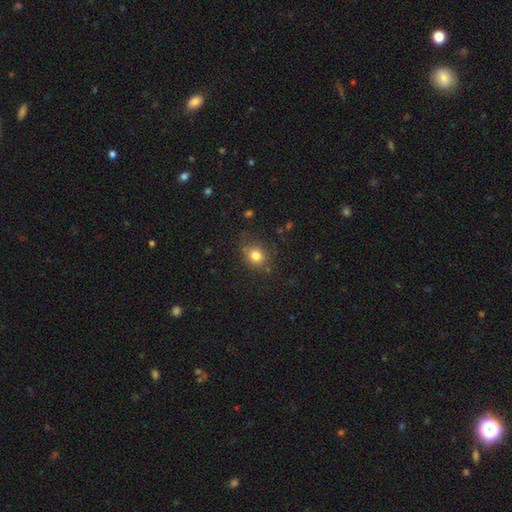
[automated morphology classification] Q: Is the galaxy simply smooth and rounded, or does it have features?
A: smooth — 81%.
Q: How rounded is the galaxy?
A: round — 69%.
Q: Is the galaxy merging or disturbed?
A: none — 77%.